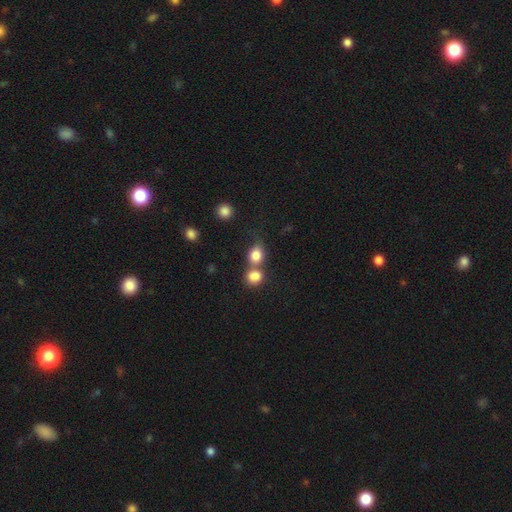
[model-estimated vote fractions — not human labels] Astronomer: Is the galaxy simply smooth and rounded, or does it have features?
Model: smooth — 83%.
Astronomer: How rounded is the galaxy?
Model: round — 63%.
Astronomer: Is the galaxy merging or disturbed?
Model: merger — 48% (runner-up: none, 39%).